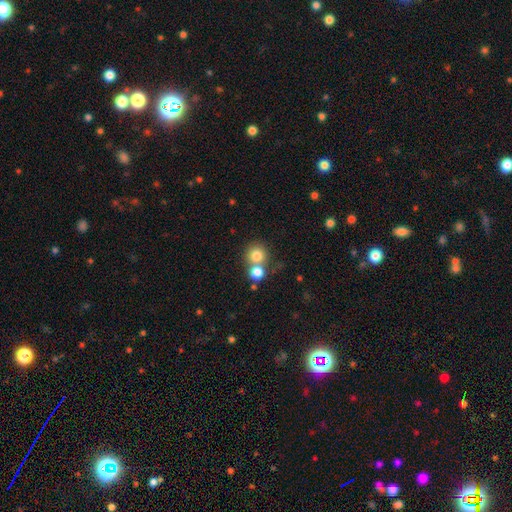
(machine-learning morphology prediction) smooth-or-featured: smooth: 79% | star or artifact: 11% | featured or disk: 9%
  how-rounded: round: 89% | in between: 10% | cigar-shaped: 1%
  merging: none: 51% | merger: 39% | minor disturbance: 7% | major disturbance: 3%